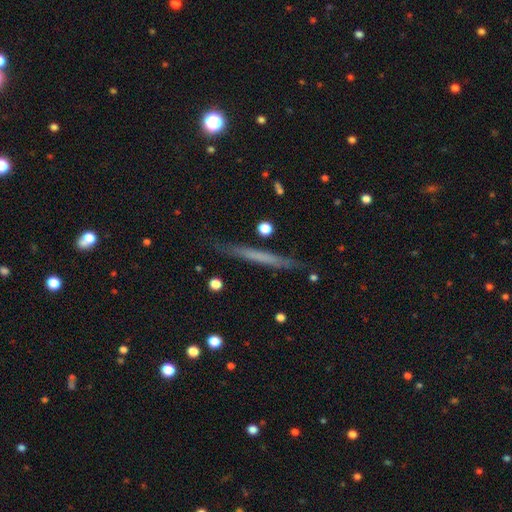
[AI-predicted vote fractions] smooth-or-featured: smooth: 49% | featured or disk: 44% | star or artifact: 8%
  merging: none: 87% | minor disturbance: 10% | major disturbance: 2% | merger: 2%